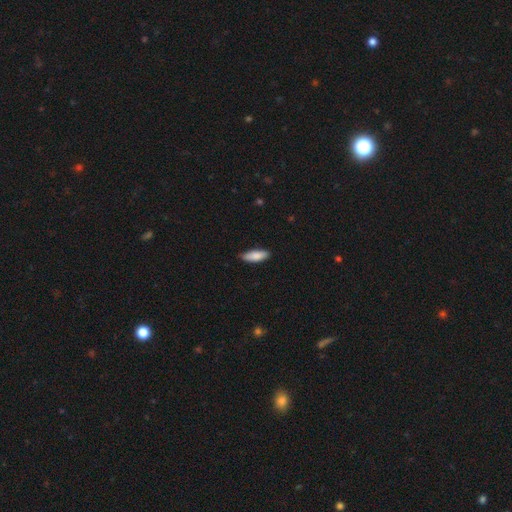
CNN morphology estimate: The model was most divided on "how rounded": in between: 60%, cigar-shaped: 38%, round: 2%. More confident: smooth or featured — smooth (85%); merging — none (83%).